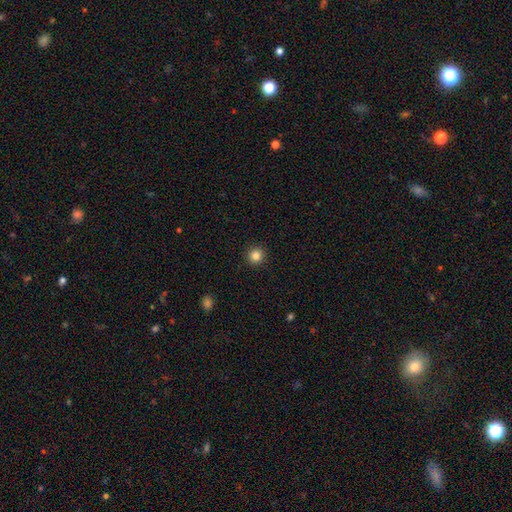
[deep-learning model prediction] Overall: smooth (84%). How rounded: round (95%). Merging: none (93%).